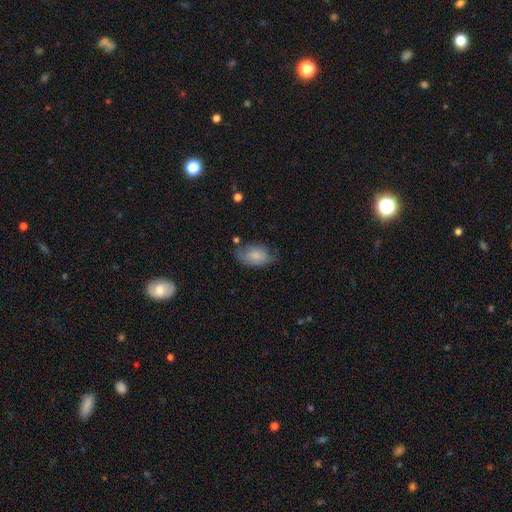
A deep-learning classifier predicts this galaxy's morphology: Q: Smooth or featured?
A: smooth (79%); runner-up: featured or disk (14%)
Q: How rounded?
A: in between (91%); runner-up: round (7%)
Q: Merging?
A: none (58%); runner-up: minor disturbance (31%)